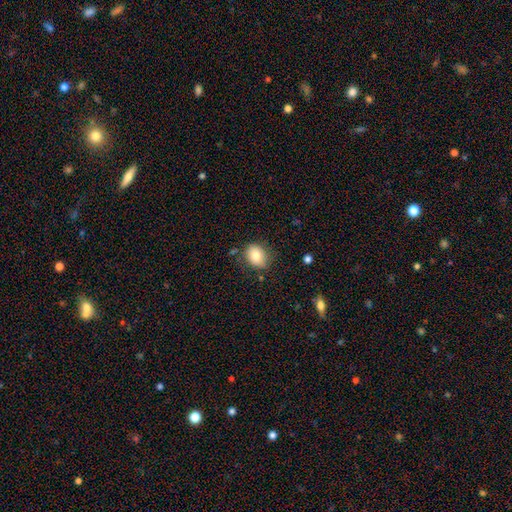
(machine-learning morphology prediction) This is clearly a smooth galaxy (80%). How rounded: possibly in between (55%). Merging: likely none (76%).